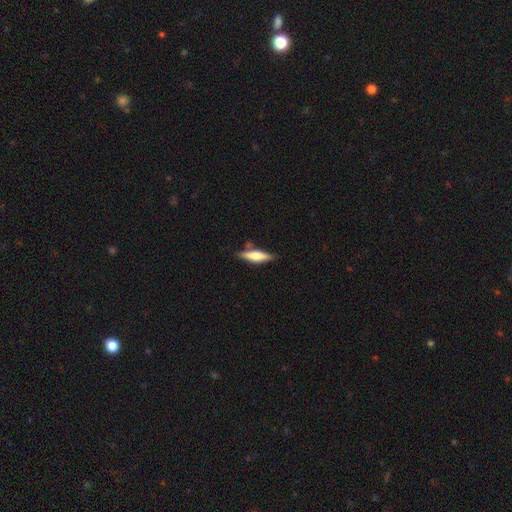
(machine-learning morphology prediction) Smooth or featured? smooth (51%)
How rounded? cigar-shaped (68%)
Merging? none (78%)